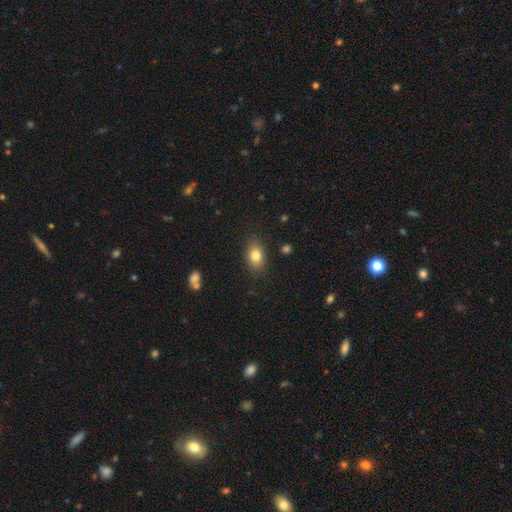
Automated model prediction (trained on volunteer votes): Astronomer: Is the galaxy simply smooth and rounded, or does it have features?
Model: smooth — 82%.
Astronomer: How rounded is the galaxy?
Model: in between — 78%.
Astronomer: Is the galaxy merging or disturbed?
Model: none — 85%.